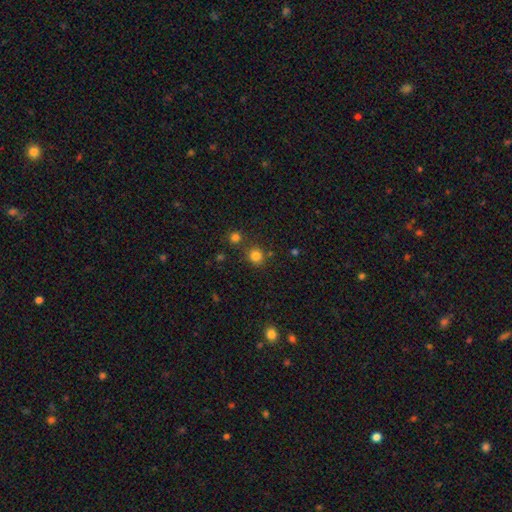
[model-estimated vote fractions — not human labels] A smooth galaxy with no disk features (81%) that is round (87%).

Vote fractions:
- Smooth or featured? smooth: 81% / star or artifact: 15% / featured or disk: 4%
- How rounded? round: 87% / in between: 12% / cigar-shaped: 1%
- Merging? none: 78% / merger: 11% / minor disturbance: 9% / major disturbance: 3%